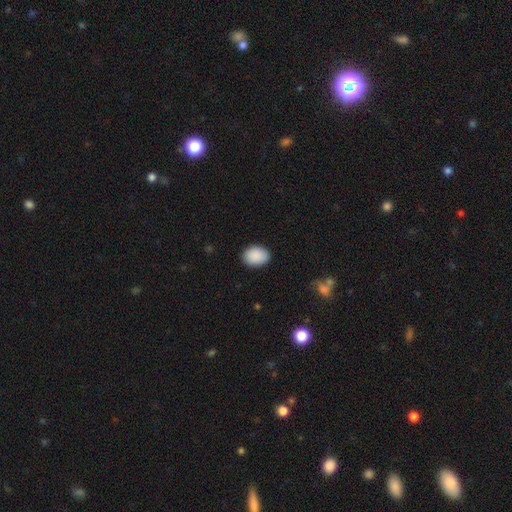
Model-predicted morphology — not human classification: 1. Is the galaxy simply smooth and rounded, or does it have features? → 90% smooth, 7% star or artifact, 3% featured or disk.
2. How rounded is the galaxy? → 73% in between, 26% round, 1% cigar-shaped.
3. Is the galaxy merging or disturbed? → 87% none, 10% minor disturbance, 2% major disturbance, 1% merger.